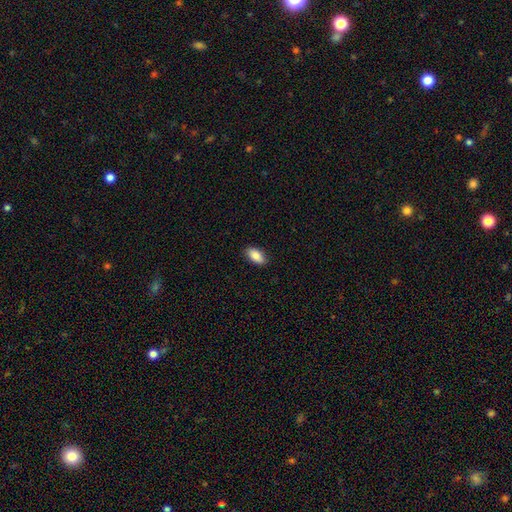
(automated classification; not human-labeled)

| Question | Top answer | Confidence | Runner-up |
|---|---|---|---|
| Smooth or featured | smooth | 87% | star or artifact (7%) |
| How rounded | in between | 92% | cigar-shaped (5%) |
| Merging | none | 88% | minor disturbance (9%) |